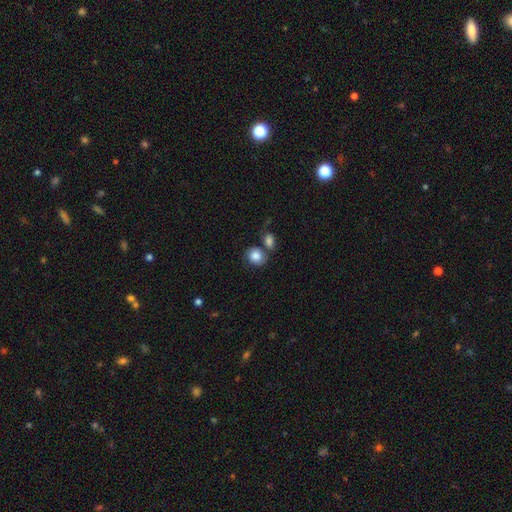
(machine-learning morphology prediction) Smooth or featured: smooth — 82% (featured or disk — 10%)
How rounded: round — 66% (in between — 33%)
Merging: none — 49% (merger — 30%)